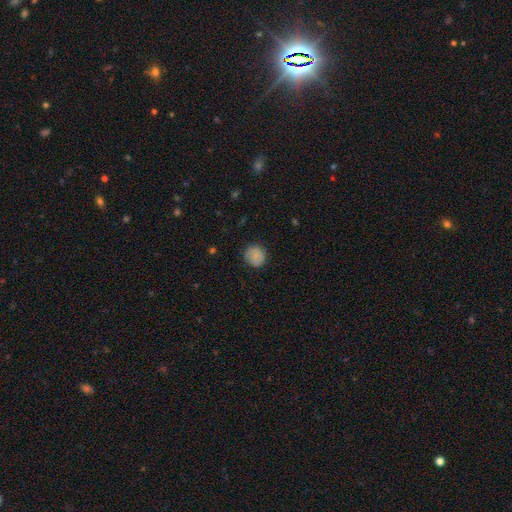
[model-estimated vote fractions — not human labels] The model was most divided on "merging": none: 82%, minor disturbance: 13%, major disturbance: 3%, merger: 1%. More confident: how rounded — round (90%); smooth or featured — smooth (82%).